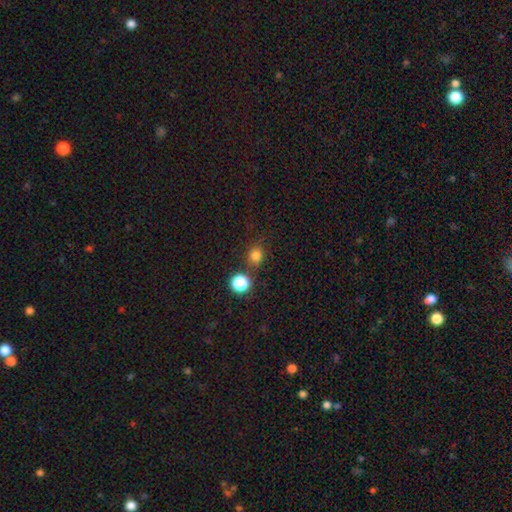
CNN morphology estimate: This is likely a smooth galaxy (78%). How rounded: likely round (80%). Merging: likely none (73%).